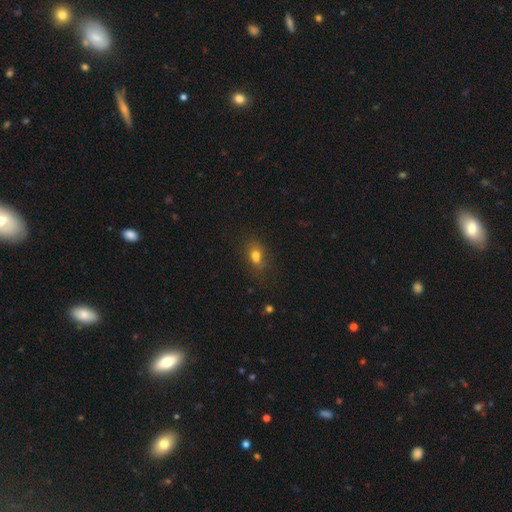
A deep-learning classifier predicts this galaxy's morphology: smooth 74%, star or artifact 13%, featured or disk 12%. Down the decision tree: how rounded — in between (70%); merging — none (58%).